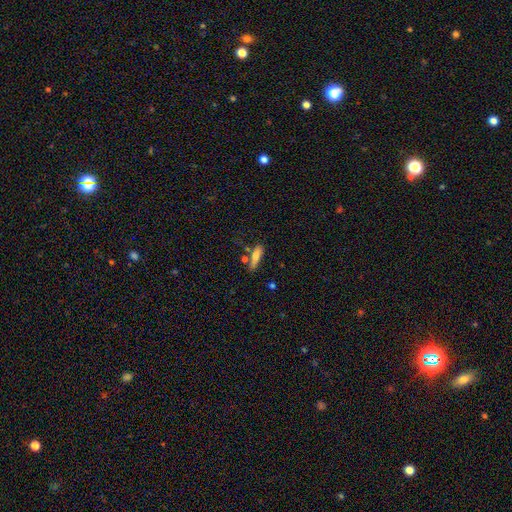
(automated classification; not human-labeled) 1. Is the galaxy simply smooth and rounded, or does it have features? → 70% smooth, 22% featured or disk, 8% star or artifact.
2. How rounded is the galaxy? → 60% cigar-shaped, 38% in between, 3% round.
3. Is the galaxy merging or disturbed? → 59% none, 20% minor disturbance, 15% merger, 7% major disturbance.